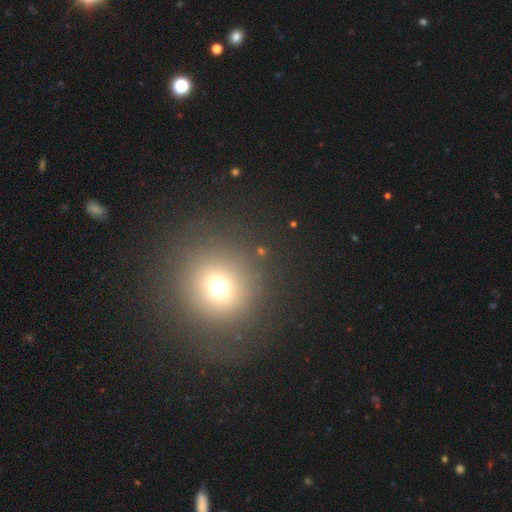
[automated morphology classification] Overall: smooth (64%; star or artifact 25%). How rounded: round (91%). Merging: none (90%).